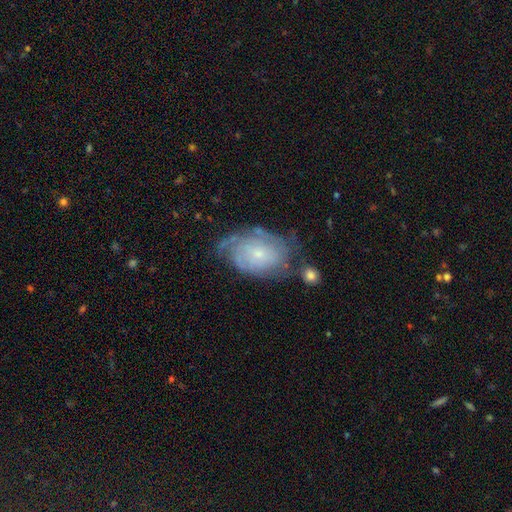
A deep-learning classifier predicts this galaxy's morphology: featured or disk 70%, smooth 22%, star or artifact 8%. Down the decision tree: edge-on disk — no (96%); bar — no (77%); spiral arms — yes (86%); spiral arm count — can't tell (52%); spiral winding — tight (65%); bulge size — small (71%); merging — none (56%).